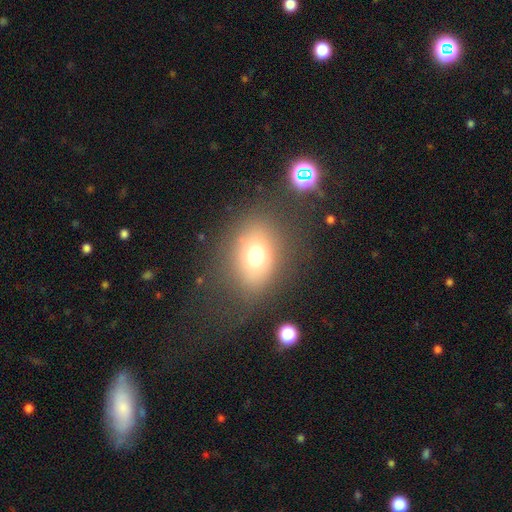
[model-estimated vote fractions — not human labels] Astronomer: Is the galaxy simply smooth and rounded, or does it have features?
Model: smooth — 70%.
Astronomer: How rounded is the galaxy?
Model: in between — 57% (runner-up: round, 41%).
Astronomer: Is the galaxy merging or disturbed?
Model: none — 77%.